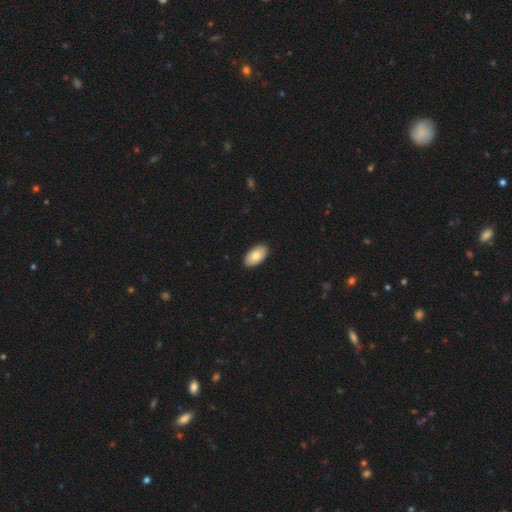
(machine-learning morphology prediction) smooth-or-featured: smooth: 81% | featured or disk: 12% | star or artifact: 6%
  how-rounded: in between: 96% | round: 3% | cigar-shaped: 2%
  merging: none: 90% | minor disturbance: 8% | major disturbance: 2% | merger: 1%